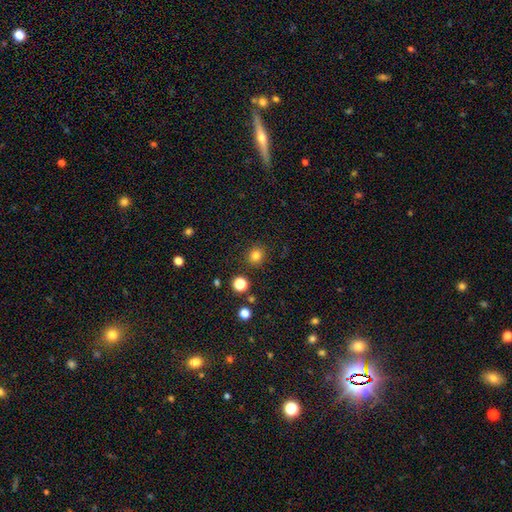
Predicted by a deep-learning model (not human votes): Smooth or featured?
  - smooth: 81% *
  - star or artifact: 14%
  - featured or disk: 5%
How rounded?
  - round: 85% *
  - in between: 14%
  - cigar-shaped: 1%
Merging?
  - none: 89% *
  - minor disturbance: 6%
  - major disturbance: 2%
  - merger: 2%